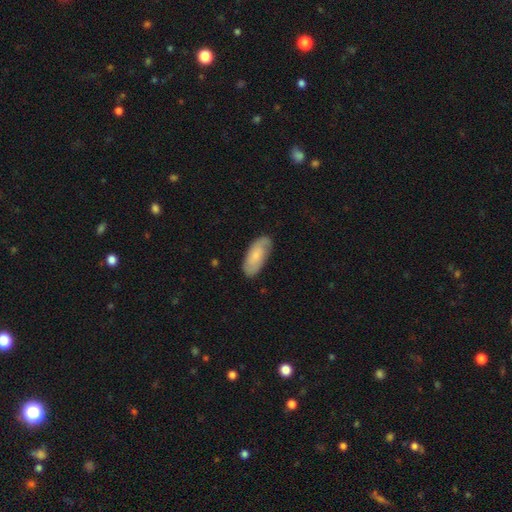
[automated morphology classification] A smooth galaxy with no disk features (57%) that is in between round and cigar-shaped (88%).

Vote fractions:
- Smooth or featured? smooth: 57% / featured or disk: 37% / star or artifact: 6%
- How rounded? in between: 88% / cigar-shaped: 10% / round: 2%
- Merging? none: 80% / minor disturbance: 16% / major disturbance: 3% / merger: 1%